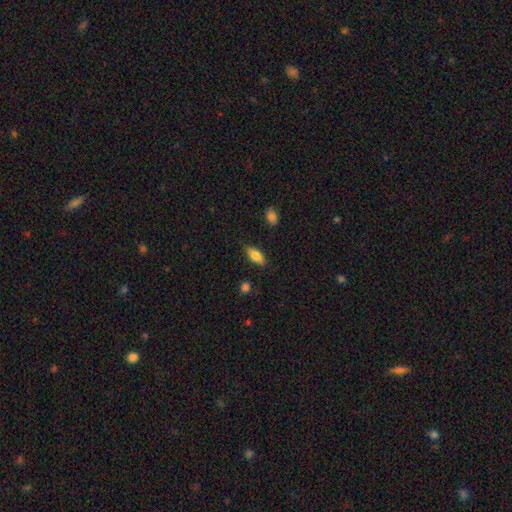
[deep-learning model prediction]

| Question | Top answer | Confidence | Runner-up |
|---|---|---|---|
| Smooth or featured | smooth | 79% | featured or disk (14%) |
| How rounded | in between | 79% | cigar-shaped (18%) |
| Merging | none | 86% | minor disturbance (11%) |